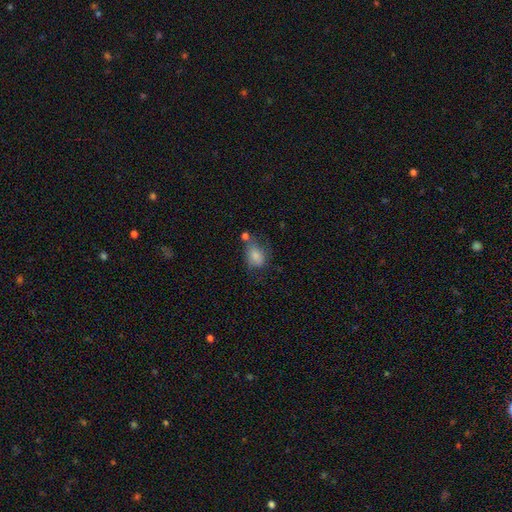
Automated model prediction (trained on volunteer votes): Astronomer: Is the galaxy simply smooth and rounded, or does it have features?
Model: smooth — 80%.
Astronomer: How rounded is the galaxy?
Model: in between — 75%.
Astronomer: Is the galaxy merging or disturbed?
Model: none — 42% (runner-up: minor disturbance, 27%).